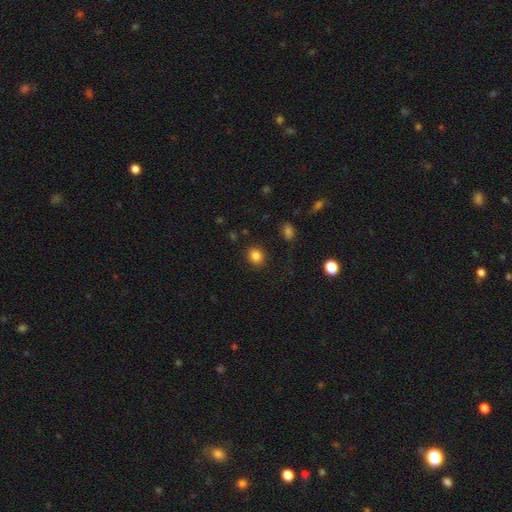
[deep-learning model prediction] A smooth galaxy with no disk features (84%) that is round (69%). Merging: none (88%).